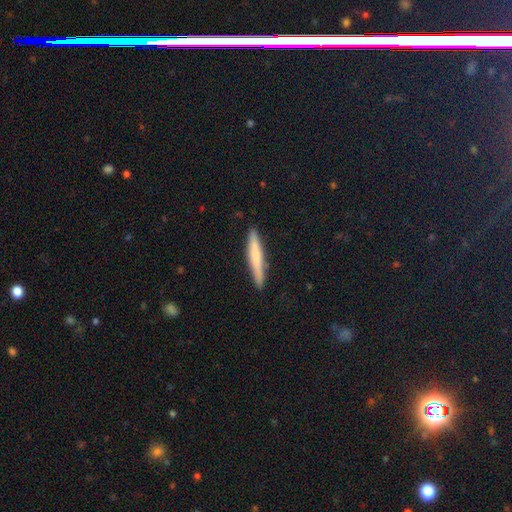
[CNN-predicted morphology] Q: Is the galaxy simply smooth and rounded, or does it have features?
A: smooth — 66%.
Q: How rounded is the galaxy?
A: cigar-shaped — 94%.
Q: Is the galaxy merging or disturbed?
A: none — 88%.